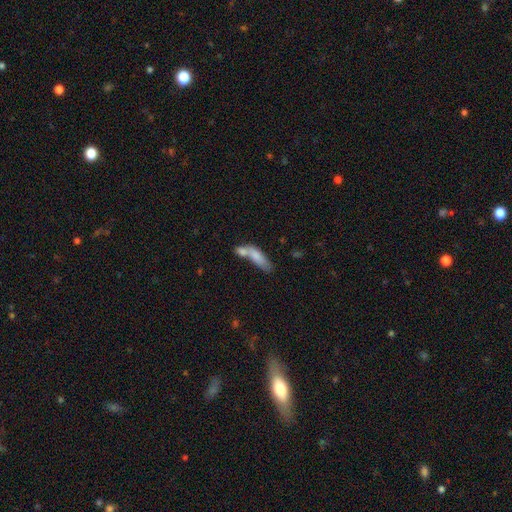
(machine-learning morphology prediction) This is likely a smooth galaxy (76%). How rounded: possibly in between (51%). Merging: possibly merger (54%).